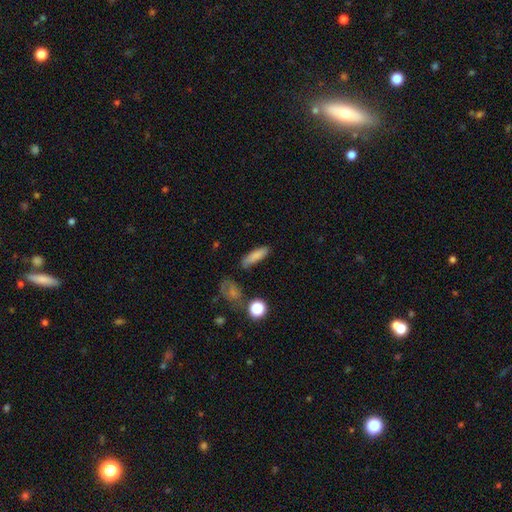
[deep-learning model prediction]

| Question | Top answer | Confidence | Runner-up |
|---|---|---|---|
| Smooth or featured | smooth | 81% | featured or disk (10%) |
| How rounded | cigar-shaped | 60% | in between (36%) |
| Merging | none | 78% | minor disturbance (14%) |